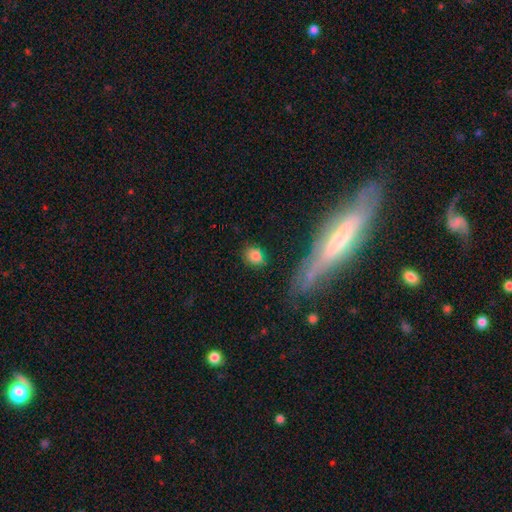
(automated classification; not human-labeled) Smooth or featured? smooth (80%)
How rounded? round (57%)
Merging? none (78%)